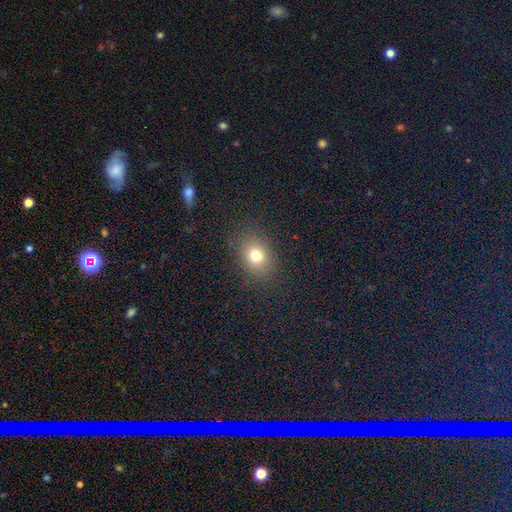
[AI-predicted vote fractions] Smooth or featured: smooth — 76% (star or artifact — 15%)
How rounded: round — 51% (in between — 48%)
Merging: none — 86% (minor disturbance — 9%)